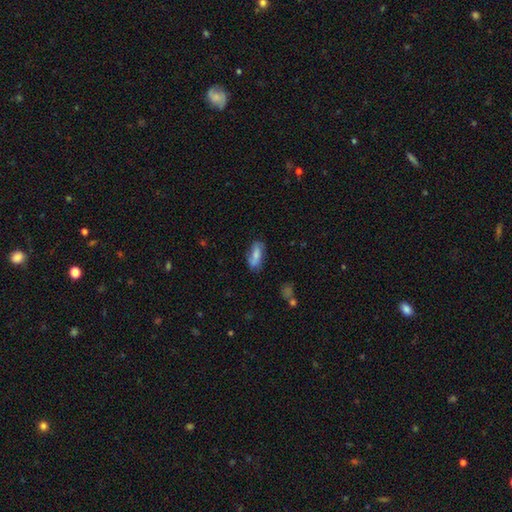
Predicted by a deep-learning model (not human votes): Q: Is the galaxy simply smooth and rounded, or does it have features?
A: smooth — 66%.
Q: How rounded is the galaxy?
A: in between — 72%.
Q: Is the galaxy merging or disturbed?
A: none — 69%.